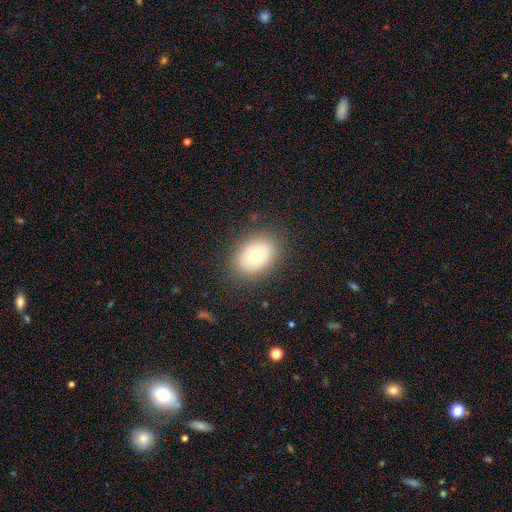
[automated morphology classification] smooth-or-featured: smooth: 71% | featured or disk: 19% | star or artifact: 10%
  how-rounded: in between: 69% | round: 30% | cigar-shaped: 1%
  merging: none: 83% | minor disturbance: 11% | major disturbance: 4% | merger: 1%